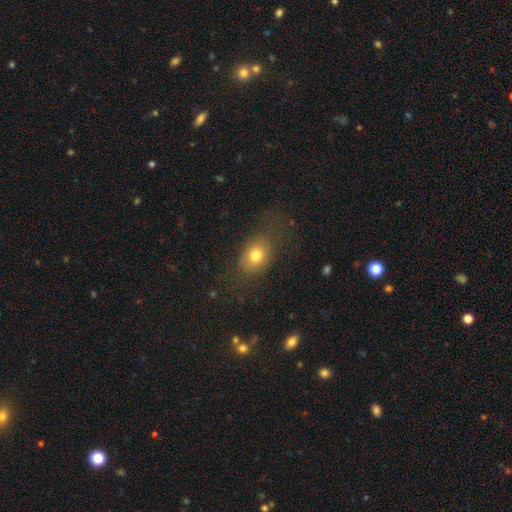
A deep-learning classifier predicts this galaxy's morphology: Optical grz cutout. It shows a smooth galaxy with no disk features (76%) that is in between round and cigar-shaped (66%). Merging: none (70%).